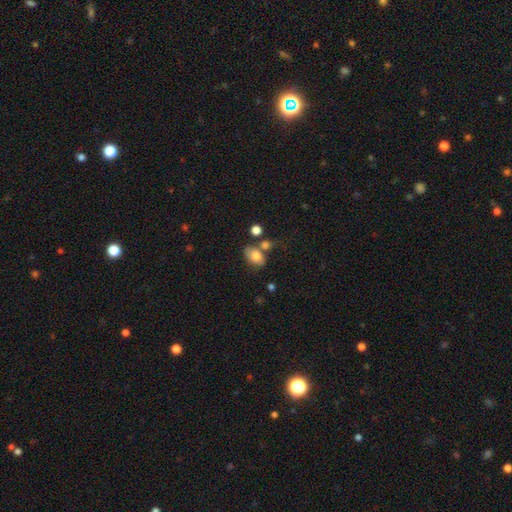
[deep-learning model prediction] This is likely a smooth galaxy (77%). How rounded: clearly in between (85%). Merging: possibly none (51%).